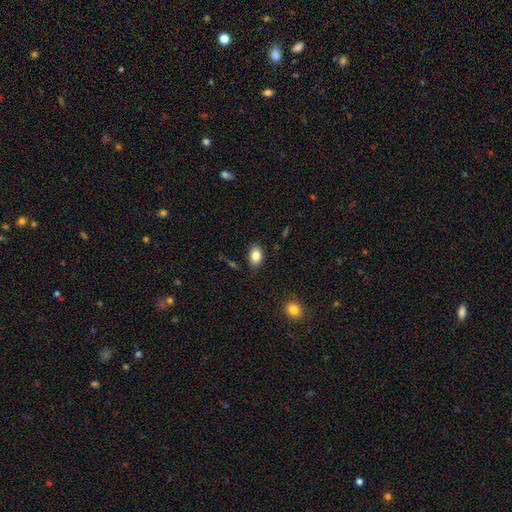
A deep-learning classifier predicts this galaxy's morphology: The model was most divided on "merging": none: 84%, minor disturbance: 12%, major disturbance: 2%, merger: 2%. More confident: how rounded — in between (86%); smooth or featured — smooth (83%).